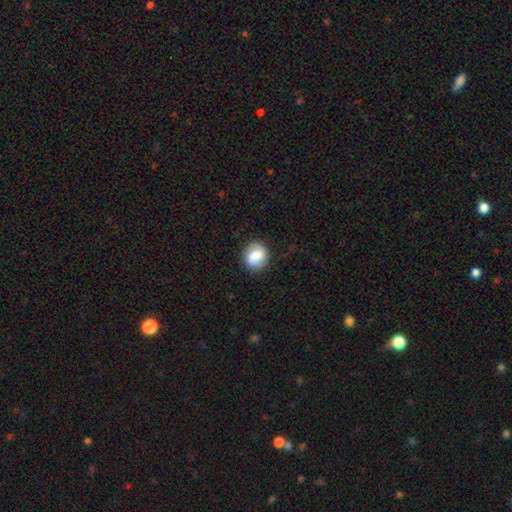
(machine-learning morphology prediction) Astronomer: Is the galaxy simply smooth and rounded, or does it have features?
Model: smooth — 72%.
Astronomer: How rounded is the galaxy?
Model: round — 69%.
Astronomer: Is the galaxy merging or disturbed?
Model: none — 82%.